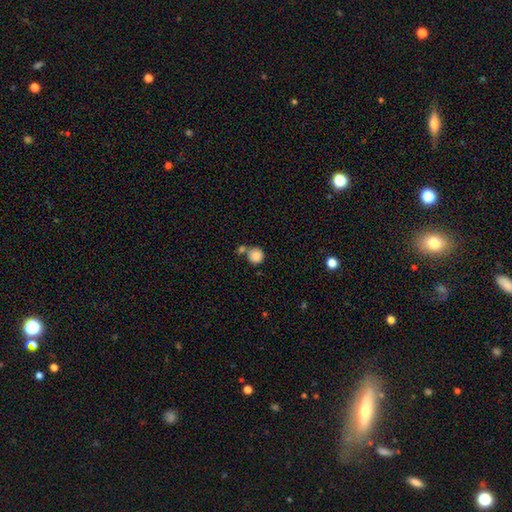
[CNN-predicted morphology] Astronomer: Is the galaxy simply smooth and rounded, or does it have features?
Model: smooth — 86%.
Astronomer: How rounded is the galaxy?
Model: round — 92%.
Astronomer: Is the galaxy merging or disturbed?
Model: none — 58%.